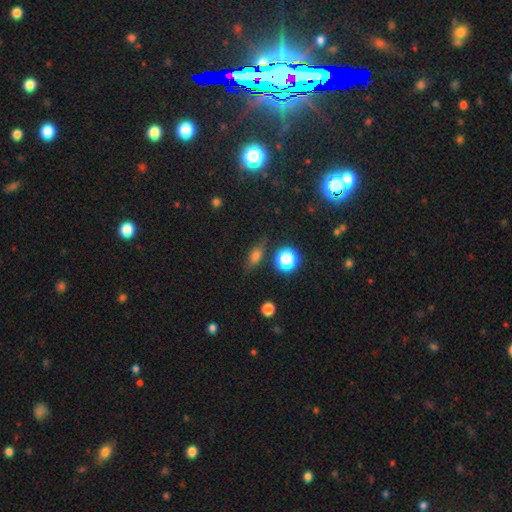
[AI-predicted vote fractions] smooth 55%, featured or disk 27%, star or artifact 19%. Down the decision tree: how rounded — in between (53%); merging — none (78%).